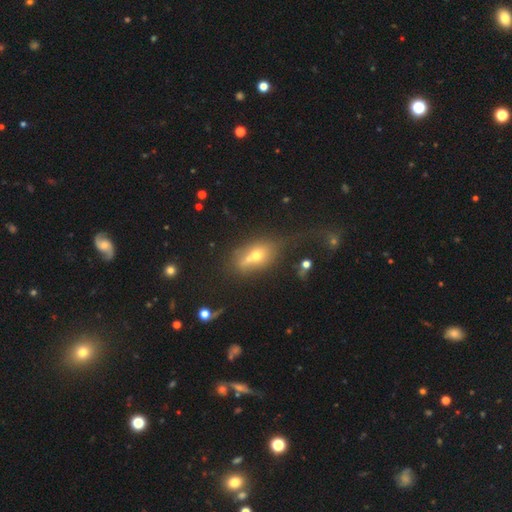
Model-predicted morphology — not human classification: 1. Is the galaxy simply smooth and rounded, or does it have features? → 52% smooth, 31% featured or disk, 17% star or artifact.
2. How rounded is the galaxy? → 65% in between, 24% round, 11% cigar-shaped.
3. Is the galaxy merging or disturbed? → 36% none, 32% merger, 16% major disturbance, 16% minor disturbance.